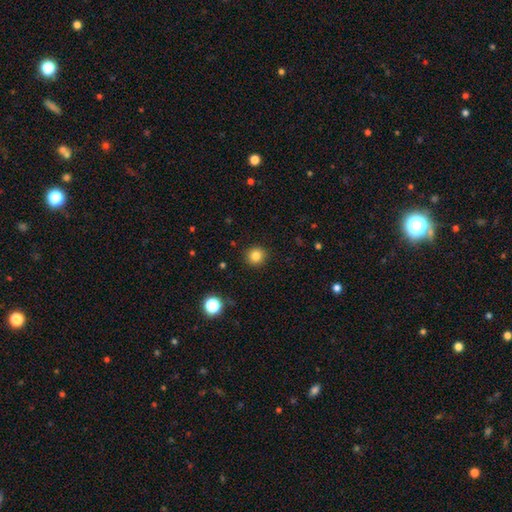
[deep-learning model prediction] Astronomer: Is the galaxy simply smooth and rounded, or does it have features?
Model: smooth — 83%.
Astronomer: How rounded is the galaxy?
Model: round — 92%.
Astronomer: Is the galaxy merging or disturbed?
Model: none — 91%.